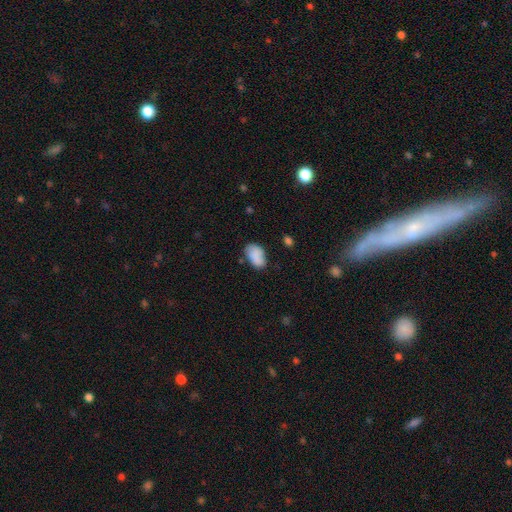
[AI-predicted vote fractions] Smooth or featured?
  - smooth: 84% *
  - featured or disk: 9%
  - star or artifact: 8%
How rounded?
  - in between: 90% *
  - round: 8%
  - cigar-shaped: 1%
Merging?
  - none: 62% *
  - minor disturbance: 26%
  - major disturbance: 7%
  - merger: 5%